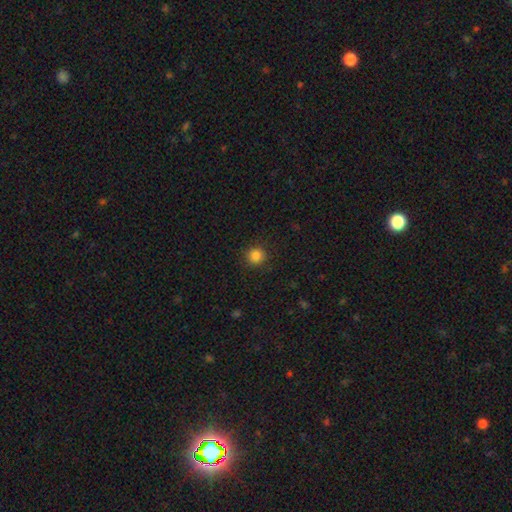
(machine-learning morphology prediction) Q: Smooth or featured?
A: smooth (84%); runner-up: star or artifact (12%)
Q: How rounded?
A: round (93%); runner-up: in between (6%)
Q: Merging?
A: none (91%); runner-up: minor disturbance (6%)